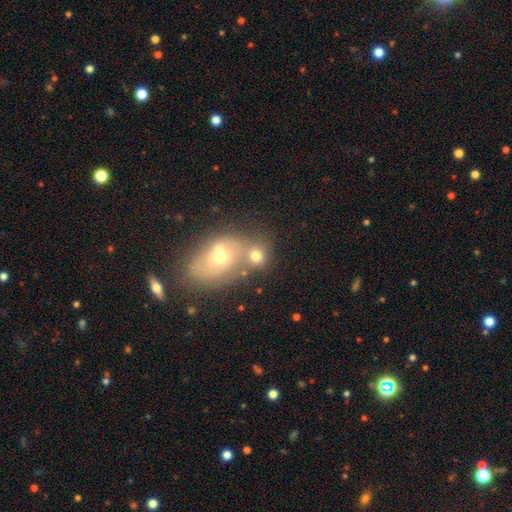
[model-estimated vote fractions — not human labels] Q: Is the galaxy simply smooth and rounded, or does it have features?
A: smooth — 65%.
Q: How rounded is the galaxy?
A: round — 65%.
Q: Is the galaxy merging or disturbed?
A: merger — 51%.